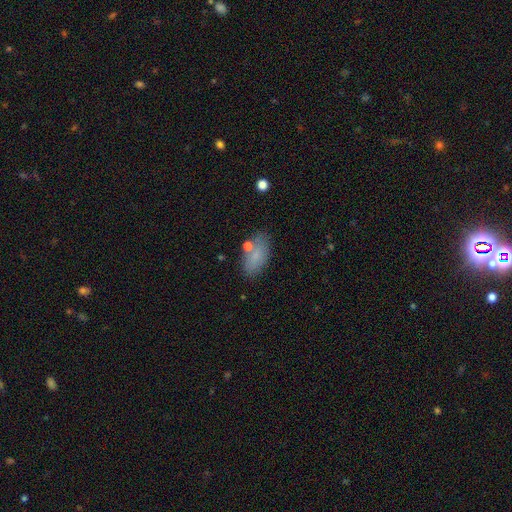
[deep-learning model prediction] smooth 77%, featured or disk 14%, star or artifact 9%. Down the decision tree: how rounded — in between (91%); merging — none (72%).